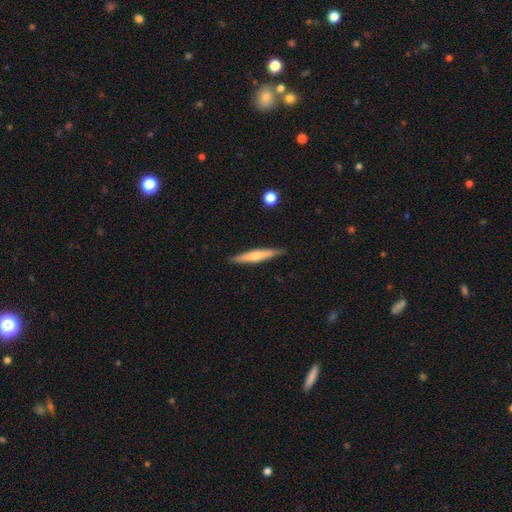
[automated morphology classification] smooth-or-featured: smooth: 49% | featured or disk: 46% | star or artifact: 6%
  merging: none: 89% | minor disturbance: 9% | major disturbance: 2% | merger: 1%